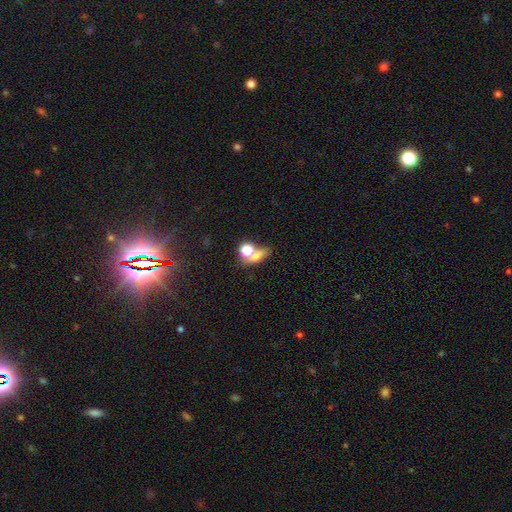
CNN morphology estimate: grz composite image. It shows a smooth galaxy with no disk features (66%) that is in between round and cigar-shaped (46%). Merging: merger (46%).